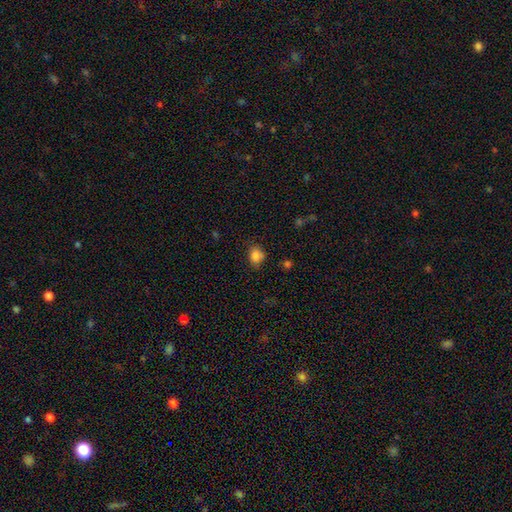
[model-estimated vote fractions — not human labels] A smooth galaxy with no disk features (84%) that is round (53%). Merging: none (73%).